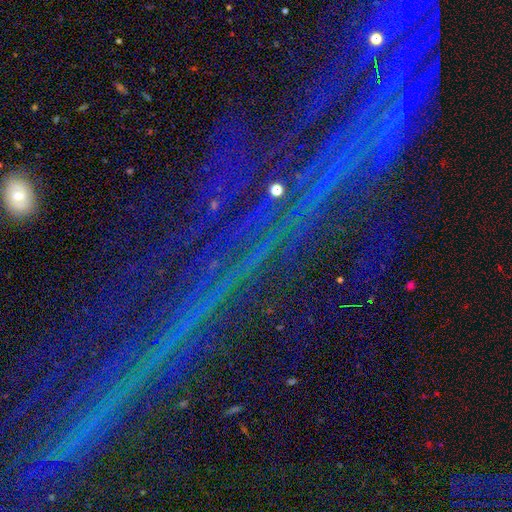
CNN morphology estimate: The model was most divided on "smooth or featured": star or artifact: 85%, featured or disk: 9%, smooth: 6%.